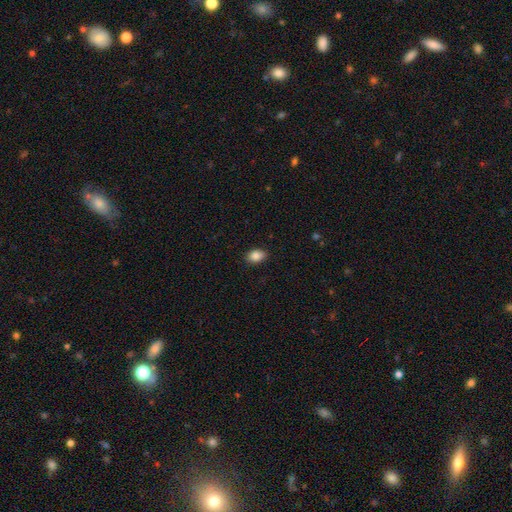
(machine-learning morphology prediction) Q: Smooth or featured?
A: smooth (86%); runner-up: star or artifact (8%)
Q: How rounded?
A: in between (81%); runner-up: round (18%)
Q: Merging?
A: none (86%); runner-up: minor disturbance (11%)